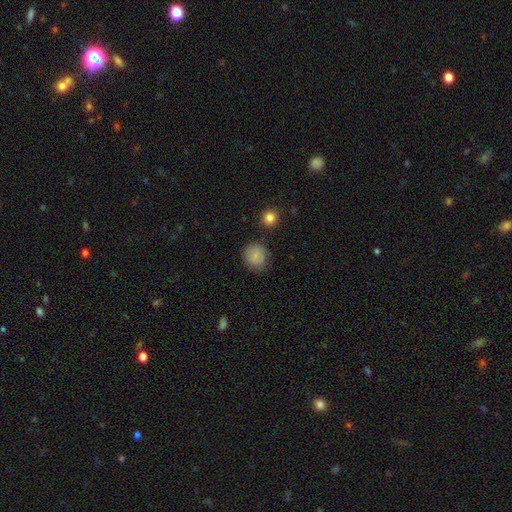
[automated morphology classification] Q: Smooth or featured?
A: smooth (82%); runner-up: star or artifact (9%)
Q: How rounded?
A: round (84%); runner-up: in between (15%)
Q: Merging?
A: none (77%); runner-up: minor disturbance (16%)